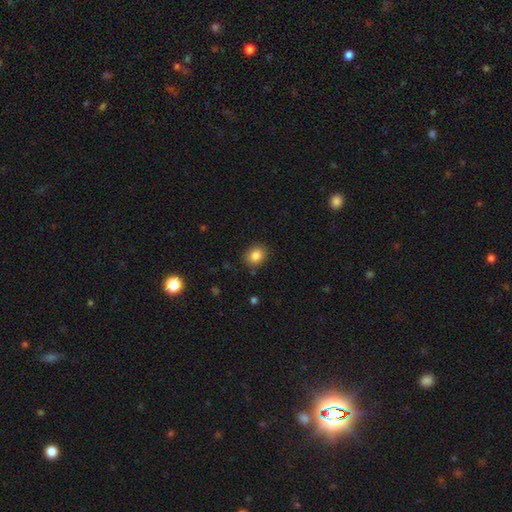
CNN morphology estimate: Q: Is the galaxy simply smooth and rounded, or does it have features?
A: smooth — 84%.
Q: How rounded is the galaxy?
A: round — 59%.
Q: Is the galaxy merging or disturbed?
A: none — 86%.